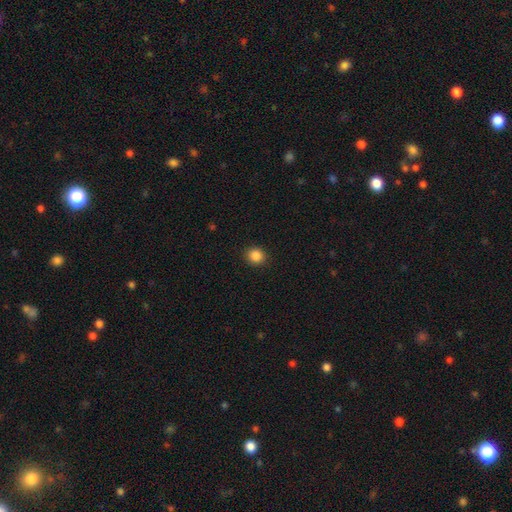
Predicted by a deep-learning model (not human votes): This appears to be a smooth galaxy with no disk features (86%) that is round (86%). Merging: none (91%).